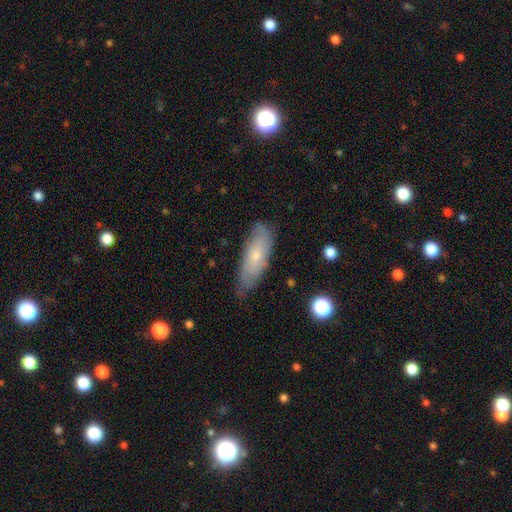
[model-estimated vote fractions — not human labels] smooth_or_featured: smooth (p=0.55) [alt: featured or disk p=0.39]
how_rounded: in between (p=0.58) [alt: cigar-shaped p=0.39]
merging: none (p=0.73) [alt: minor disturbance p=0.22]